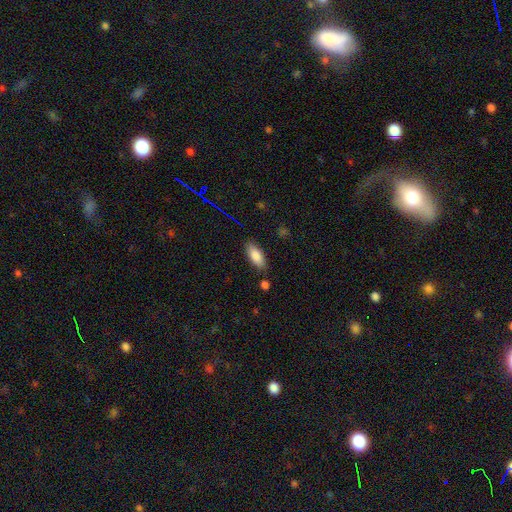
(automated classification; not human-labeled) smooth 85%, featured or disk 8%, star or artifact 7%. Down the decision tree: how rounded — in between (84%); merging — none (83%).